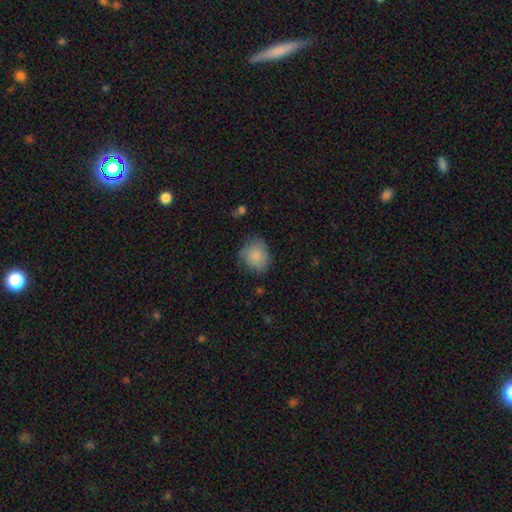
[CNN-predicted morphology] This appears to be a smooth galaxy with no disk features (81%) that is round (74%). Merging: none (67%).